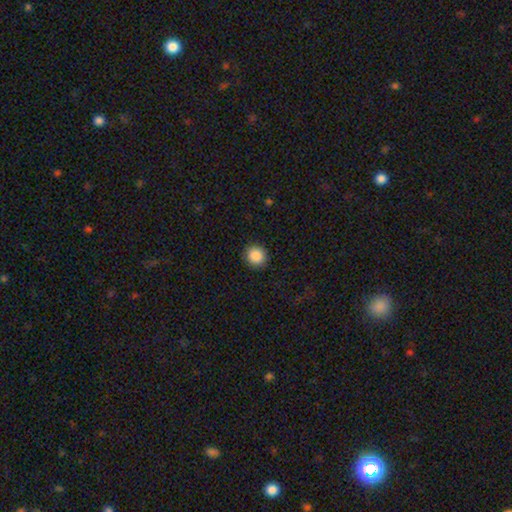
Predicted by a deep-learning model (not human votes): Overall: smooth (88%). How rounded: round (91%). Merging: none (92%).